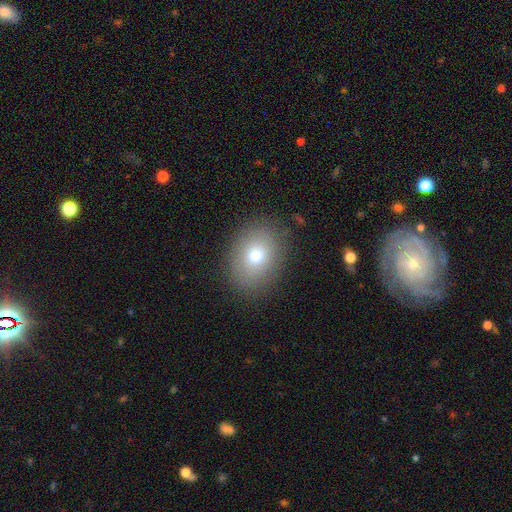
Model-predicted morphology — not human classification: Q: Smooth or featured?
A: smooth (74%); runner-up: featured or disk (15%)
Q: How rounded?
A: in between (62%); runner-up: round (37%)
Q: Merging?
A: none (86%); runner-up: minor disturbance (9%)